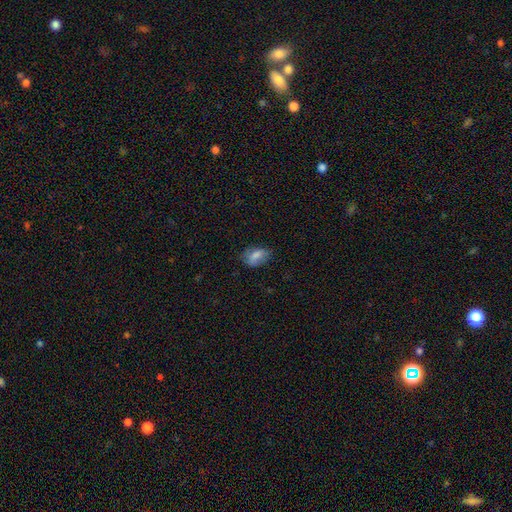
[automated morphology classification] Q: Smooth or featured?
A: smooth (75%); runner-up: featured or disk (16%)
Q: How rounded?
A: in between (87%); runner-up: round (10%)
Q: Merging?
A: none (64%); runner-up: minor disturbance (26%)